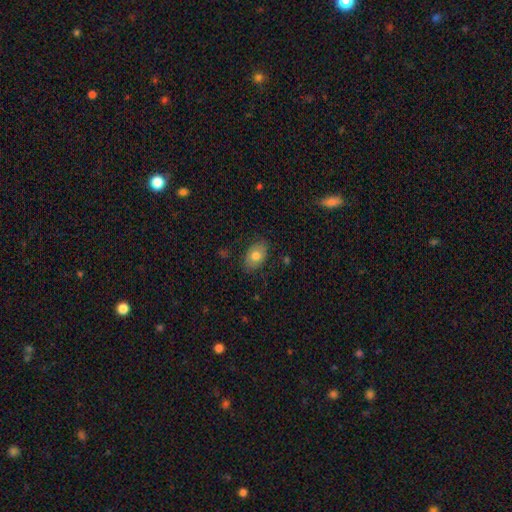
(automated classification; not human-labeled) The model was most divided on "smooth or featured": smooth: 75%, featured or disk: 17%, star or artifact: 8%. More confident: merging — none (81%); how rounded — in between (81%).